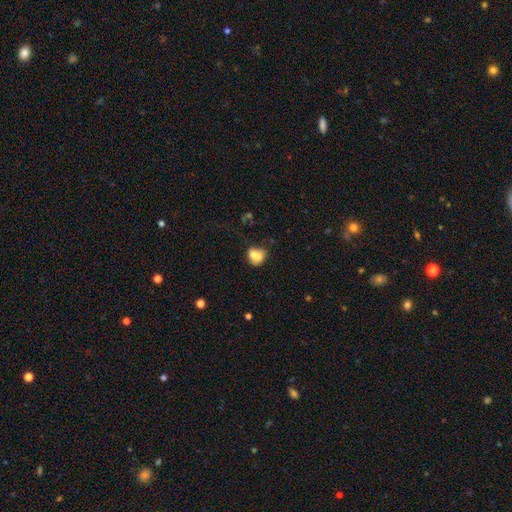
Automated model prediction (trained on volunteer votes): smooth-or-featured: smooth: 67% | featured or disk: 23% | star or artifact: 10%
  how-rounded: round: 56% | in between: 42% | cigar-shaped: 1%
  merging: merger: 46% | none: 33% | minor disturbance: 14% | major disturbance: 8%